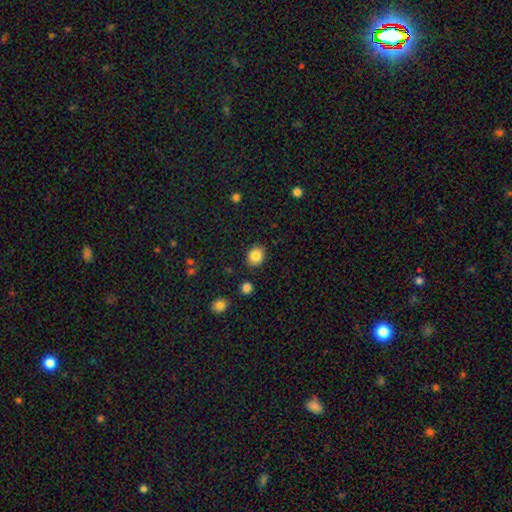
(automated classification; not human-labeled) Overall: smooth (84%). How rounded: round (59%; in between 40%). Merging: none (88%).